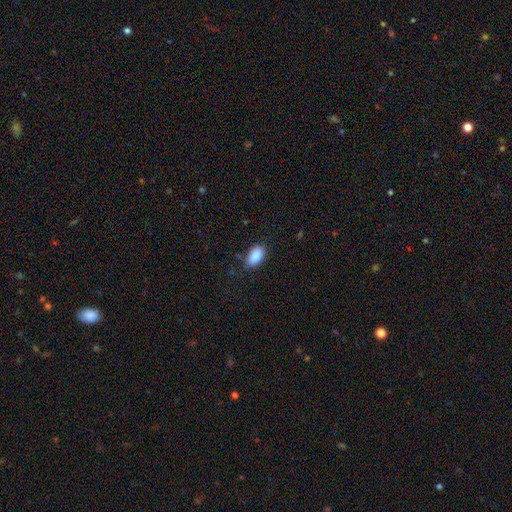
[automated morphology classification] smooth-or-featured: smooth: 89% | star or artifact: 7% | featured or disk: 4%
  how-rounded: in between: 93% | round: 4% | cigar-shaped: 2%
  merging: none: 82% | minor disturbance: 14% | major disturbance: 3% | merger: 1%